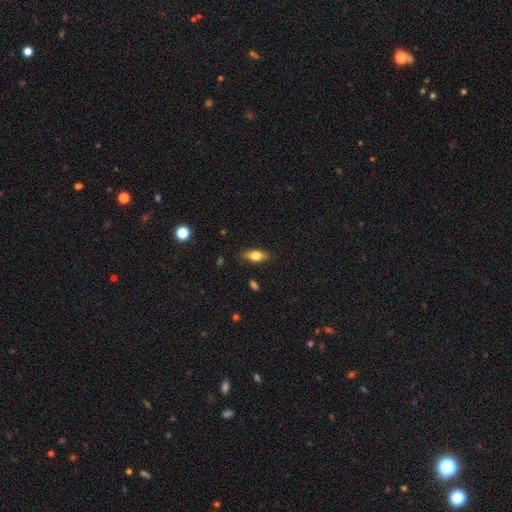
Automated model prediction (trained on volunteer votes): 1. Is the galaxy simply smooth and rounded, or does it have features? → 68% smooth, 25% featured or disk, 7% star or artifact.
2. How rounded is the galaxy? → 76% in between, 20% cigar-shaped, 4% round.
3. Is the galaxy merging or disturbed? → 86% none, 10% minor disturbance, 2% major disturbance, 1% merger.